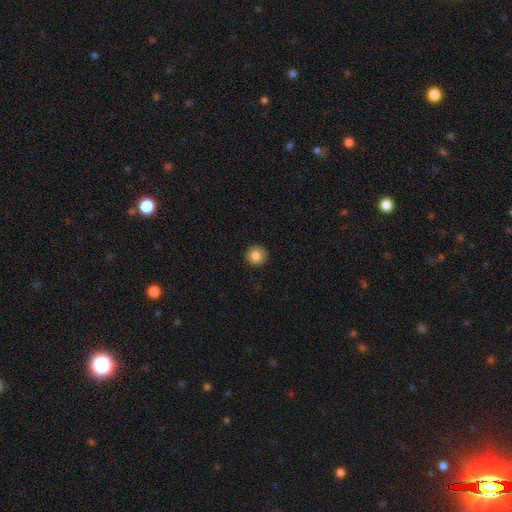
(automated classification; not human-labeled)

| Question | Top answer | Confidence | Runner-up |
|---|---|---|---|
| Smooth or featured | smooth | 85% | star or artifact (9%) |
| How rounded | round | 94% | in between (5%) |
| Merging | none | 92% | minor disturbance (6%) |